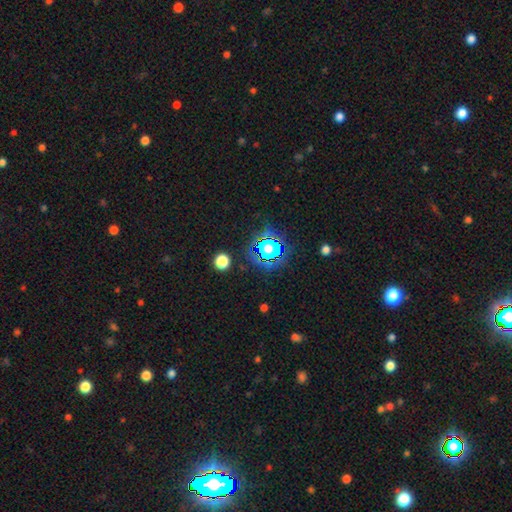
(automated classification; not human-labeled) This appears to be a star or artifact, not a galaxy (81%).